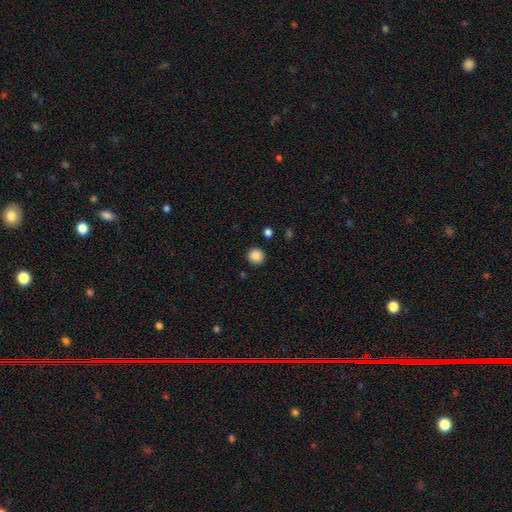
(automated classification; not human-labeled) The model was most divided on "smooth or featured": smooth: 87%, star or artifact: 10%, featured or disk: 3%. More confident: how rounded — round (94%); merging — none (91%).